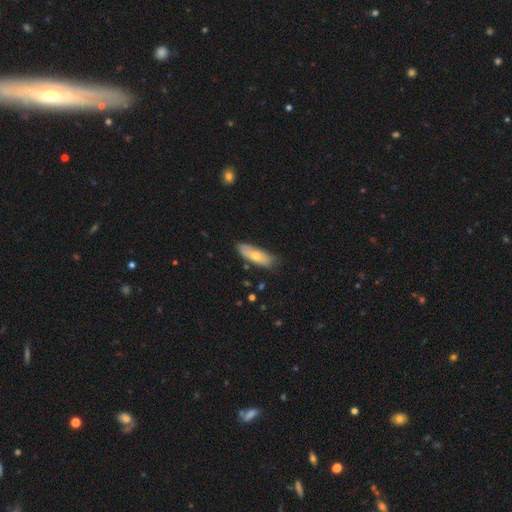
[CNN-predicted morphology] smooth 64%, featured or disk 31%, star or artifact 6%. Down the decision tree: how rounded — in between (65%); merging — none (72%).